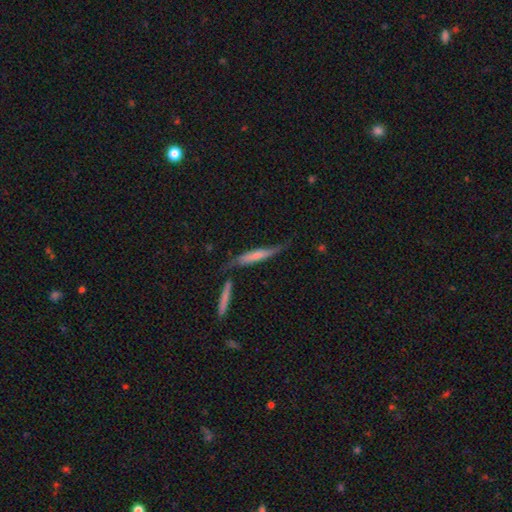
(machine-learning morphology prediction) A smooth galaxy with no disk features (51%) that is cigar-shaped (88%). Merging: none (53%).